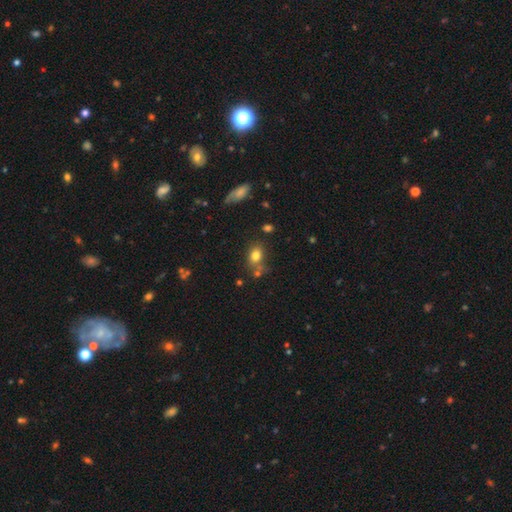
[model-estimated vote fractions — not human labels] A smooth galaxy with no disk features (78%) that is in between round and cigar-shaped (65%). Merging: none (61%).